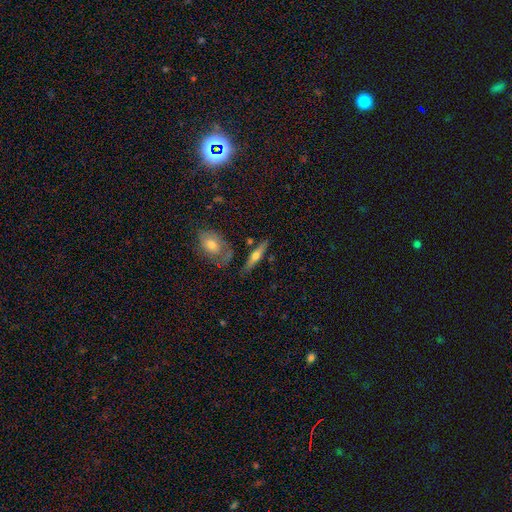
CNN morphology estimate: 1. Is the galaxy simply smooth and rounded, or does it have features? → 53% featured or disk, 41% smooth, 6% star or artifact.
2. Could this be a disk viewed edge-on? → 88% yes, 12% no.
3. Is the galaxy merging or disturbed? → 74% none, 13% minor disturbance, 9% merger, 4% major disturbance.